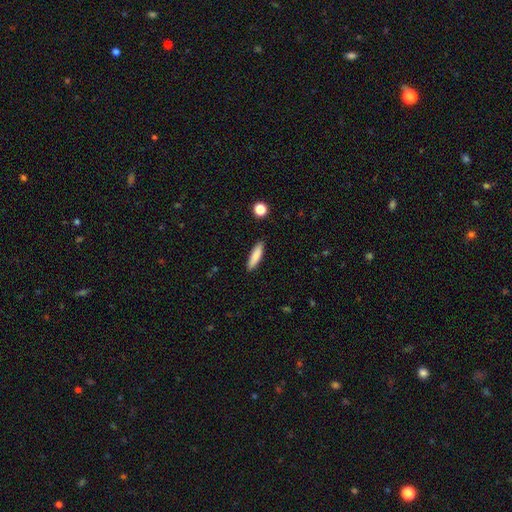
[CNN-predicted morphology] A smooth galaxy with no disk features (85%) that is cigar-shaped (70%).

Vote fractions:
- Smooth or featured? smooth: 85% / featured or disk: 9% / star or artifact: 7%
- How rounded? cigar-shaped: 70% / in between: 28% / round: 2%
- Merging? none: 89% / minor disturbance: 8% / major disturbance: 2% / merger: 1%